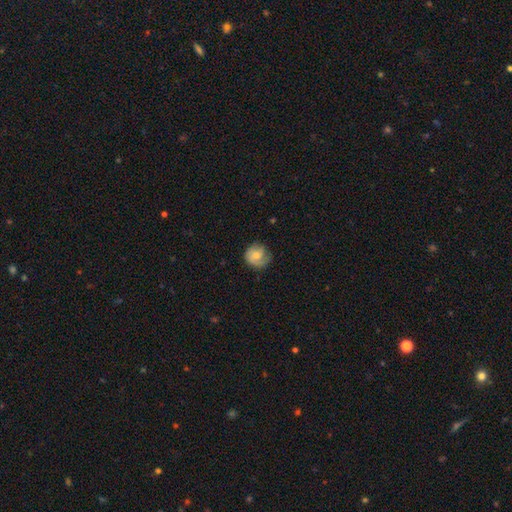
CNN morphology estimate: This is possibly a smooth galaxy (57%). How rounded: clearly round (83%). Merging: likely none (63%).